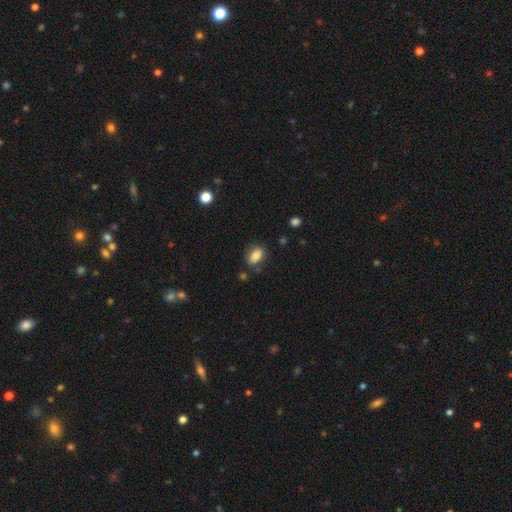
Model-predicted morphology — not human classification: A smooth galaxy with no disk features (82%) that is in between round and cigar-shaped (84%).

Vote fractions:
- Smooth or featured? smooth: 82% / featured or disk: 10% / star or artifact: 9%
- How rounded? in between: 84% / round: 14% / cigar-shaped: 2%
- Merging? none: 74% / minor disturbance: 16% / merger: 5% / major disturbance: 5%